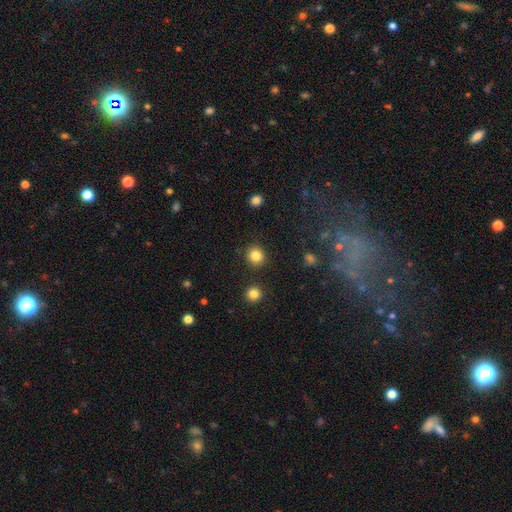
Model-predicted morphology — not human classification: Smooth or featured? smooth (84%)
How rounded? round (89%)
Merging? none (90%)